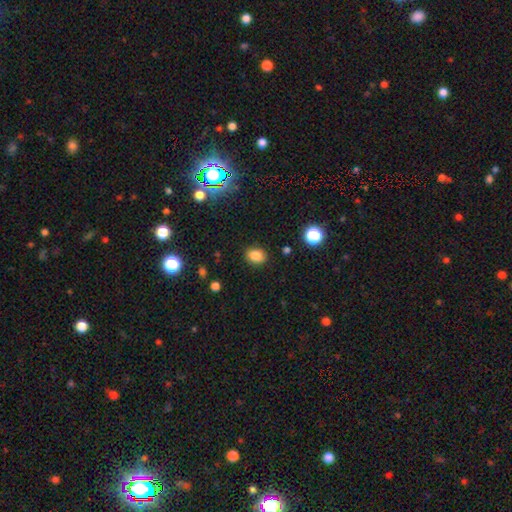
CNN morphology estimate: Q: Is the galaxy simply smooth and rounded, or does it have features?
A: smooth — 82%.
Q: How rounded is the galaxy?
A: in between — 55%.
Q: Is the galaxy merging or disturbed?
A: none — 87%.